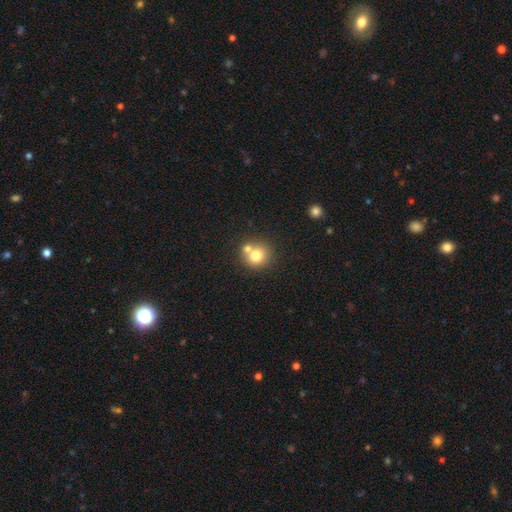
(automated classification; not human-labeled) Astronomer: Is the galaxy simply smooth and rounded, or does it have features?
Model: smooth — 75%.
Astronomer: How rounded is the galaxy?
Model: round — 84%.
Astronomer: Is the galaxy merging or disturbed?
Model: none — 50% (runner-up: merger, 39%).